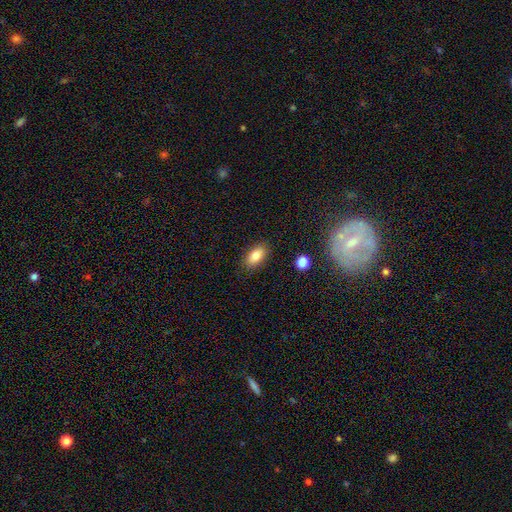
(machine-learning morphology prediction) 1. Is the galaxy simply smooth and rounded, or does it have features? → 83% smooth, 8% star or artifact, 8% featured or disk.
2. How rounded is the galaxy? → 90% in between, 5% round, 4% cigar-shaped.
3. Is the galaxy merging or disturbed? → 86% none, 10% minor disturbance, 3% major disturbance, 2% merger.